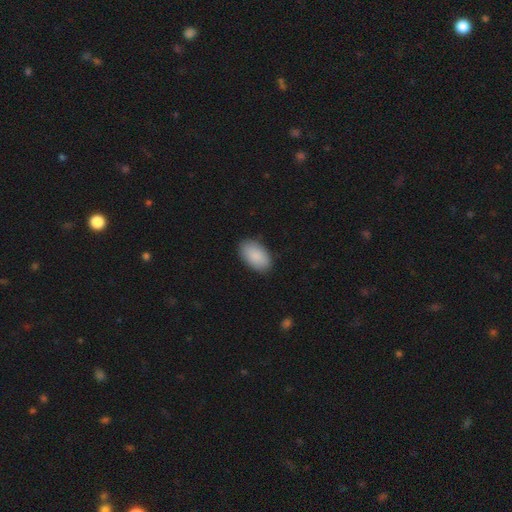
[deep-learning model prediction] A smooth galaxy with no disk features (90%) that is in between round and cigar-shaped (94%).

Vote fractions:
- Smooth or featured? smooth: 90% / star or artifact: 6% / featured or disk: 5%
- How rounded? in between: 94% / round: 4% / cigar-shaped: 1%
- Merging? none: 87% / minor disturbance: 10% / major disturbance: 2% / merger: 1%